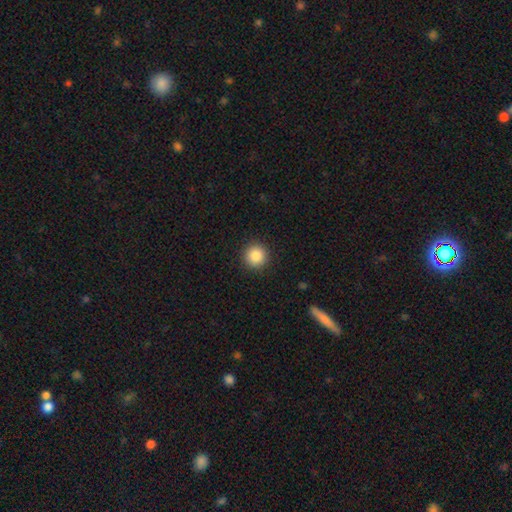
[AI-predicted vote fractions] A smooth galaxy with no disk features (86%) that is round (95%). Merging: none (92%).